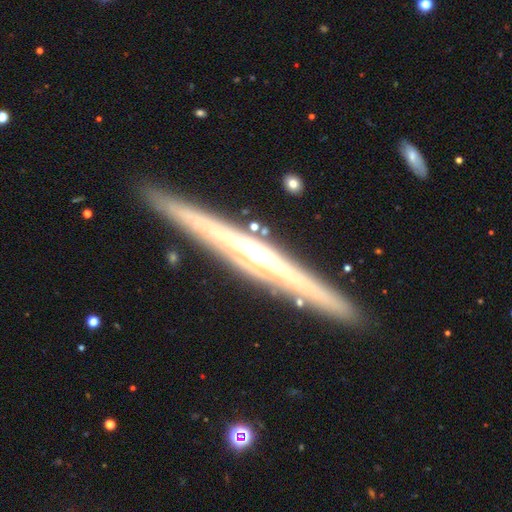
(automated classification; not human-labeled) This appears to be a featured or disk galaxy (81%) viewed edge-on (97%) with a rounded central bulge (56%). Merging: none (91%).